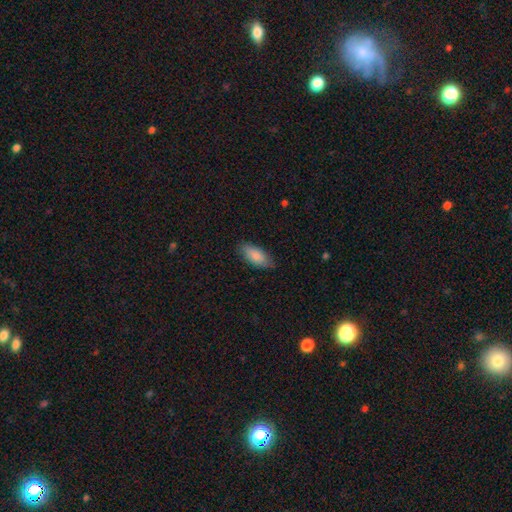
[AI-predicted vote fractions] Smooth or featured? smooth (85%)
How rounded? in between (85%)
Merging? none (81%)